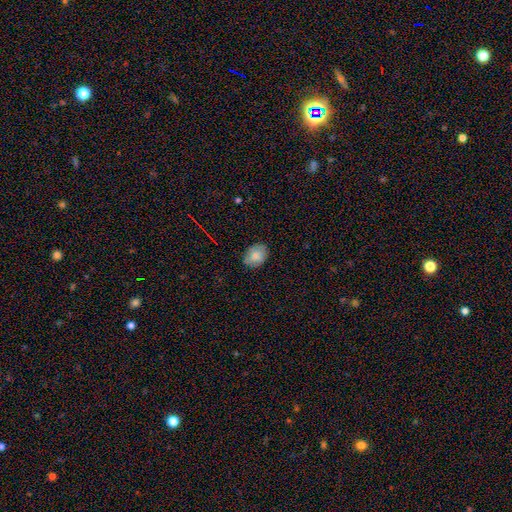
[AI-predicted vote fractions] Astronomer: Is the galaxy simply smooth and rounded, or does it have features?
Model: smooth — 79%.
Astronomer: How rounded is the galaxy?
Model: in between — 65%.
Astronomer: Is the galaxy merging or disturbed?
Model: none — 80%.